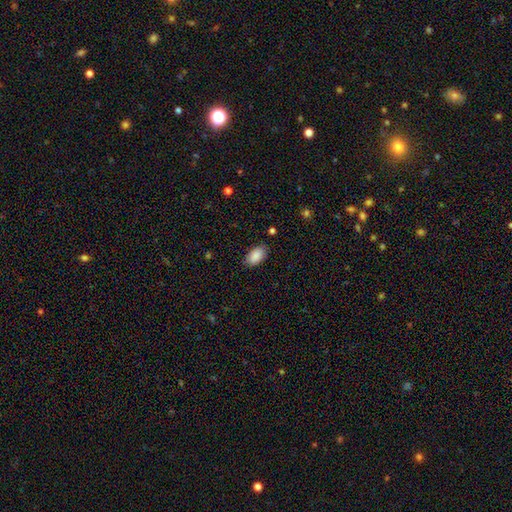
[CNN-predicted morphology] This appears to be a smooth galaxy with no disk features (89%) that is in between round and cigar-shaped (94%). Merging: none (85%).